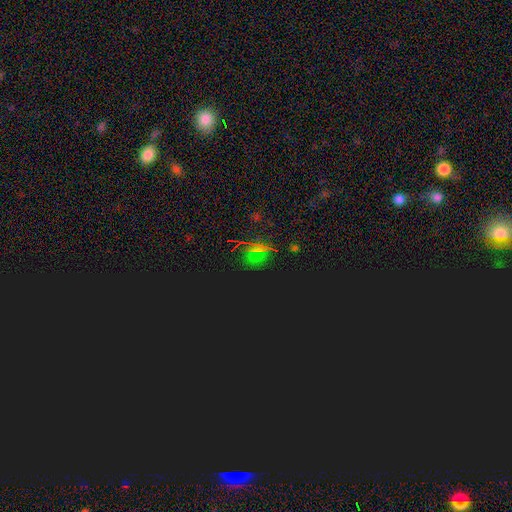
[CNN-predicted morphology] Smooth or featured?
  - star or artifact: 70% *
  - smooth: 23%
  - featured or disk: 7%